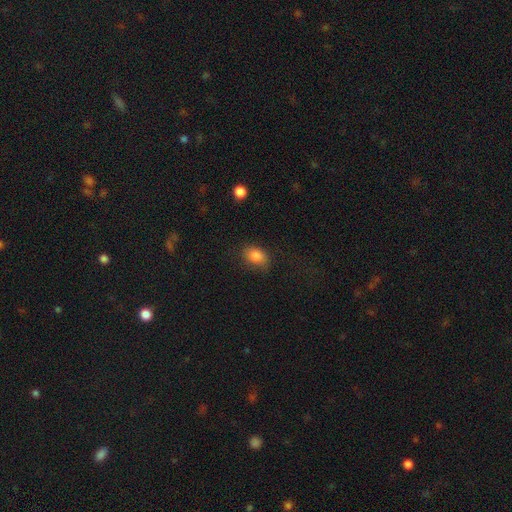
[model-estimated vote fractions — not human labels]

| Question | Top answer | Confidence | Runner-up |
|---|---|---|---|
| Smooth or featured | smooth | 84% | star or artifact (9%) |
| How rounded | in between | 76% | round (23%) |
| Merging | none | 75% | minor disturbance (18%) |